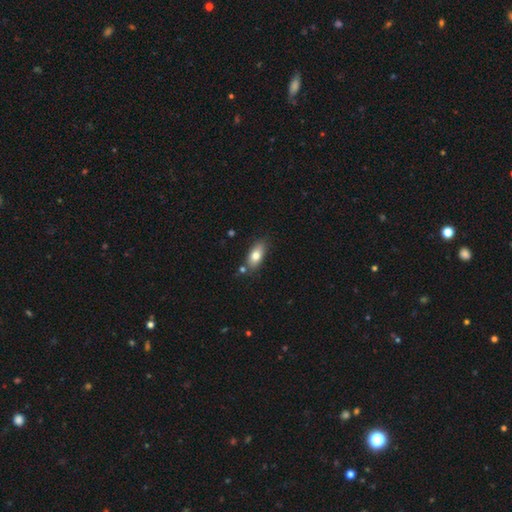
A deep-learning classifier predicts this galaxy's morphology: Smooth or featured: smooth — 77% (featured or disk — 16%)
How rounded: in between — 85% (cigar-shaped — 11%)
Merging: none — 75% (minor disturbance — 15%)